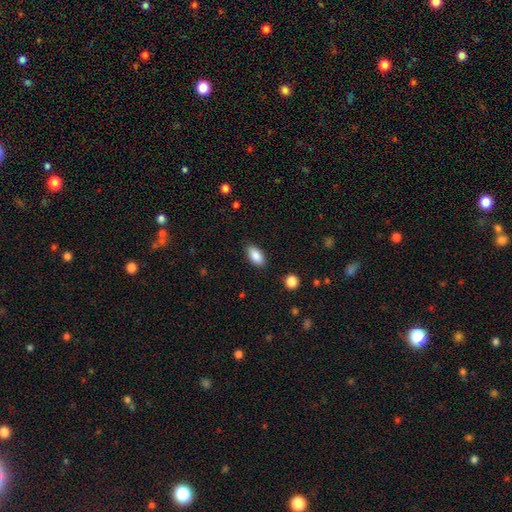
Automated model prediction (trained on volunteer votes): Smooth or featured?
  - smooth: 87% *
  - star or artifact: 7%
  - featured or disk: 6%
How rounded?
  - in between: 92% *
  - cigar-shaped: 4%
  - round: 3%
Merging?
  - none: 86% *
  - minor disturbance: 10%
  - major disturbance: 2%
  - merger: 1%